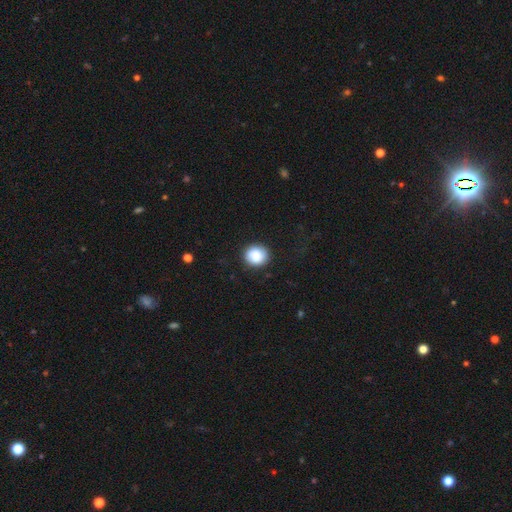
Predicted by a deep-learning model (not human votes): Smooth or featured? Predicted: smooth (p=0.86). How rounded? Predicted: round (p=0.87). Merging? Predicted: none (p=0.86).